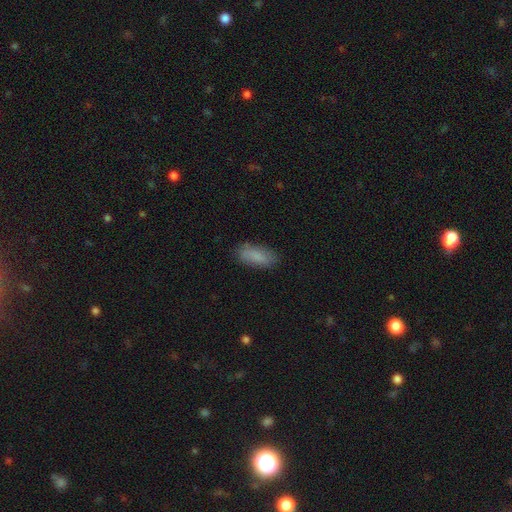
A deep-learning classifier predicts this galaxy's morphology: smooth_or_featured: smooth (p=0.83) [alt: featured or disk p=0.10]
how_rounded: in between (p=0.77) [alt: cigar-shaped p=0.21]
merging: none (p=0.79) [alt: minor disturbance p=0.16]